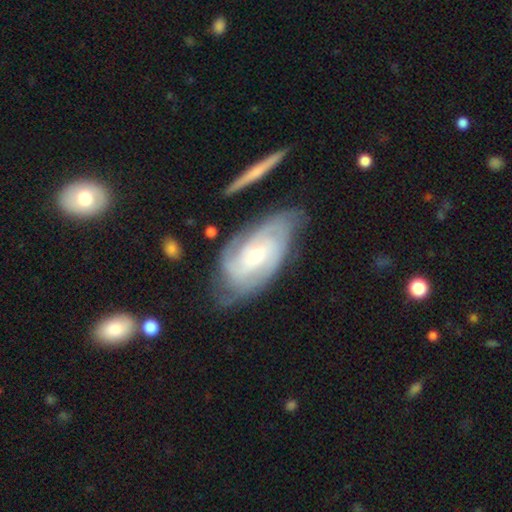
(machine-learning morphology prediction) smooth-or-featured: featured or disk: 82% | smooth: 12% | star or artifact: 5%
  disk-edge-on: no: 94% | yes: 6%
    bar: no: 58% | weak: 34% | strong: 8%
    has-spiral-arms: yes: 95% | no: 5%
      spiral-winding: tight: 58% | medium: 34% | loose: 8%
      spiral-arm-count: 3: 29% | can't tell: 27% | 2: 24% | 4: 13% | more than 4: 4% | 1: 4%
    bulge-size: small: 51% | moderate: 44% | large: 3% | none: 1% | dominant: 1%
  merging: none: 64% | minor disturbance: 23% | major disturbance: 9% | merger: 4%